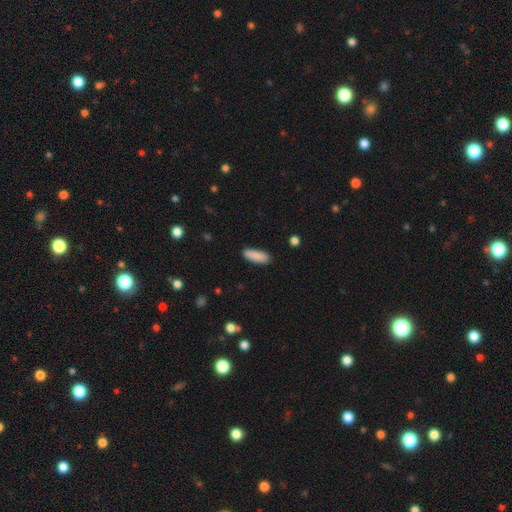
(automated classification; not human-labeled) Q: Smooth or featured?
A: smooth (88%); runner-up: featured or disk (6%)
Q: How rounded?
A: in between (61%); runner-up: cigar-shaped (37%)
Q: Merging?
A: none (87%); runner-up: minor disturbance (10%)